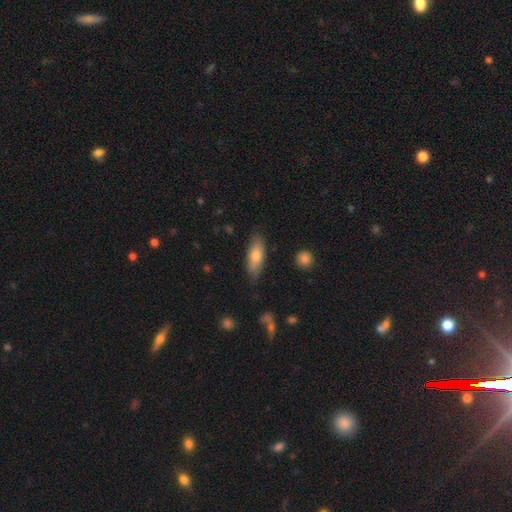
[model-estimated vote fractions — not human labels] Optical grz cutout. It shows a smooth galaxy with no disk features (72%) that is in between round and cigar-shaped (69%). Merging: none (80%).